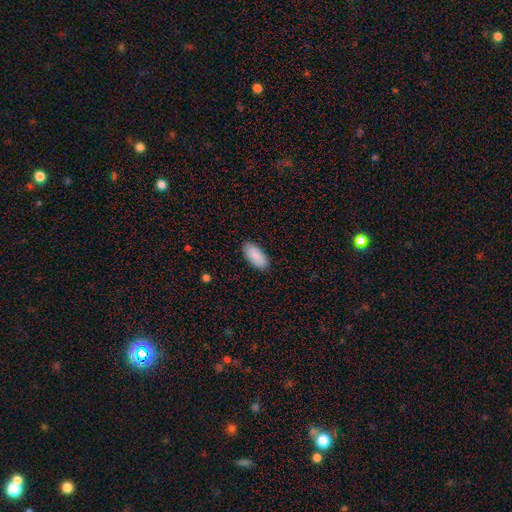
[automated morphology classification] Smooth or featured: smooth — 91% (star or artifact — 6%)
How rounded: in between — 92% (cigar-shaped — 7%)
Merging: none — 89% (minor disturbance — 8%)